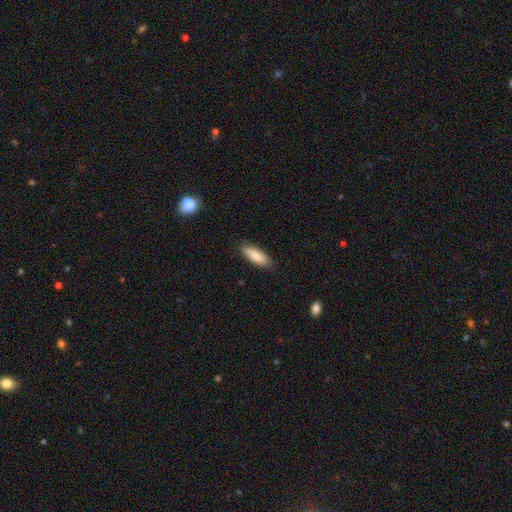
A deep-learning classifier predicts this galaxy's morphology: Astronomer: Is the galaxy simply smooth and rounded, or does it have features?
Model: smooth — 81%.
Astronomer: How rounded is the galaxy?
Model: in between — 63%.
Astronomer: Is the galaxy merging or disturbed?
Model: none — 85%.